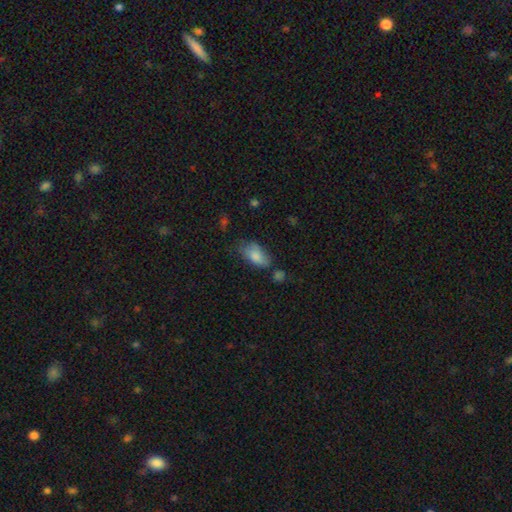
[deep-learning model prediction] smooth-or-featured: smooth: 81% | featured or disk: 11% | star or artifact: 8%
  how-rounded: in between: 91% | cigar-shaped: 5% | round: 4%
  merging: none: 49% | minor disturbance: 33% | major disturbance: 12% | merger: 6%